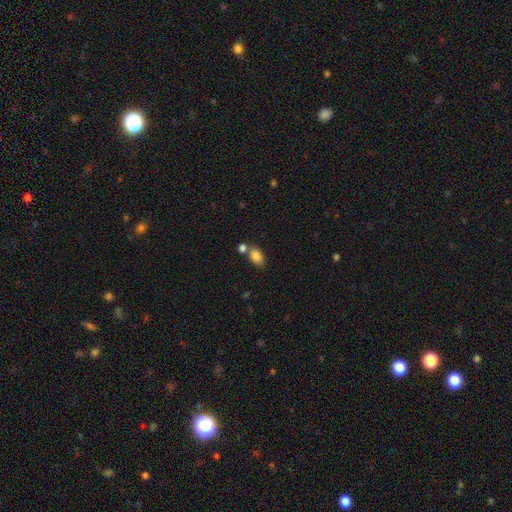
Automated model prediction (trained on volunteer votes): This appears to be a smooth galaxy with no disk features (85%) that is in between round and cigar-shaped (86%). Merging: none (55%).